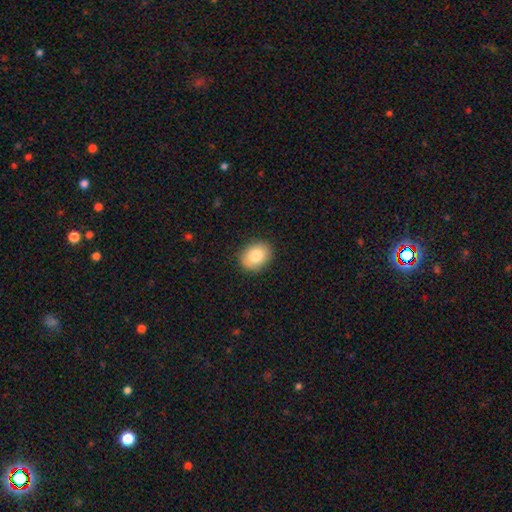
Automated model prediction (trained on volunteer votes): Smooth or featured?
  - smooth: 82% *
  - featured or disk: 10%
  - star or artifact: 7%
How rounded?
  - in between: 59% *
  - round: 41%
  - cigar-shaped: 1%
Merging?
  - none: 87% *
  - minor disturbance: 9%
  - major disturbance: 2%
  - merger: 1%